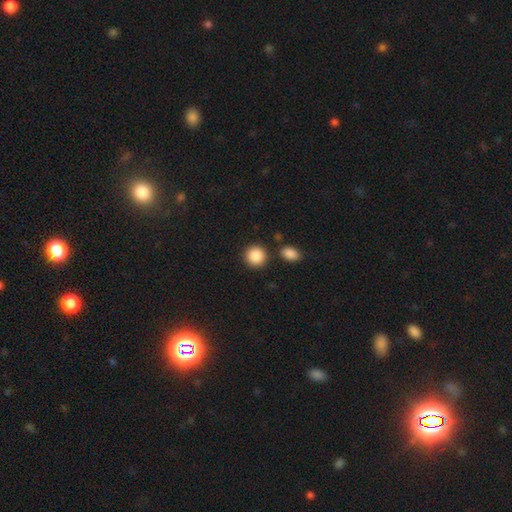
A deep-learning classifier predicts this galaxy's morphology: A smooth galaxy with no disk features (88%) that is round (91%).

Vote fractions:
- Smooth or featured? smooth: 88% / star or artifact: 8% / featured or disk: 4%
- How rounded? round: 91% / in between: 8% / cigar-shaped: 1%
- Merging? none: 85% / minor disturbance: 7% / merger: 6% / major disturbance: 3%